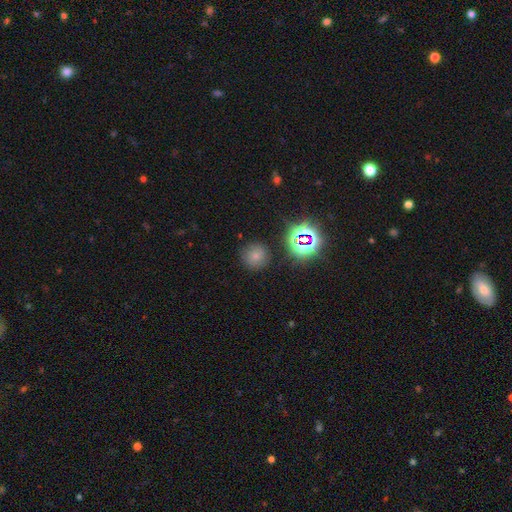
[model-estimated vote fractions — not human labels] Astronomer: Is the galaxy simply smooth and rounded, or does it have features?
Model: smooth — 67%.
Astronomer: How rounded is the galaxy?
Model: round — 92%.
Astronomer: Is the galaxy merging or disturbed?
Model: none — 85%.